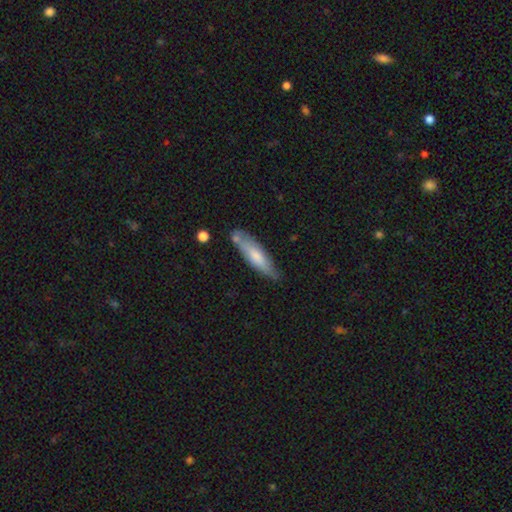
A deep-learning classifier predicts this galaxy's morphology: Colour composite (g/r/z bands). It shows a smooth galaxy with no disk features (61%) that is cigar-shaped (72%). Merging: none (71%).